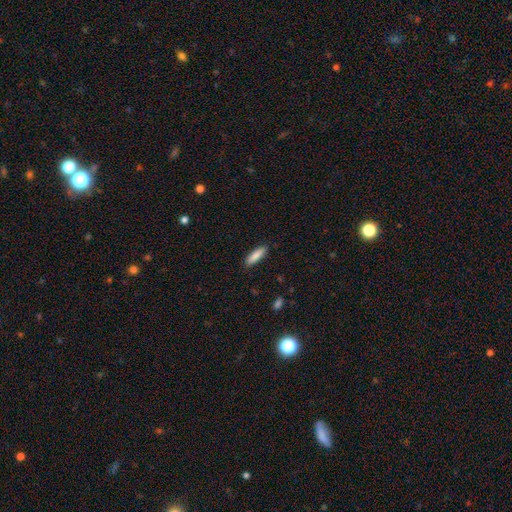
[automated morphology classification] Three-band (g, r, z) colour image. It shows a smooth galaxy with no disk features (86%) that is cigar-shaped (65%). Merging: none (89%).